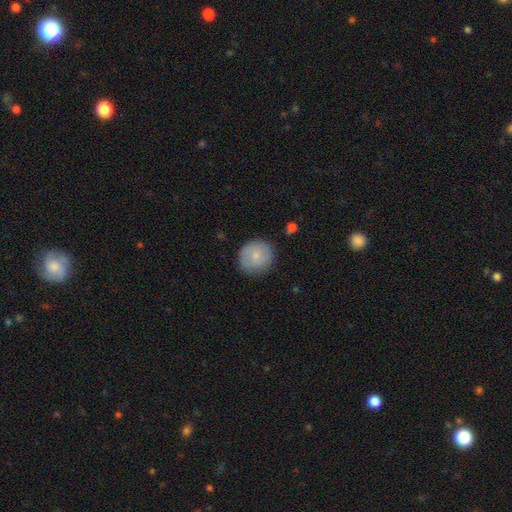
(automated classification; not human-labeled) smooth 76%, featured or disk 18%, star or artifact 7%. Down the decision tree: how rounded — round (90%); merging — none (82%).